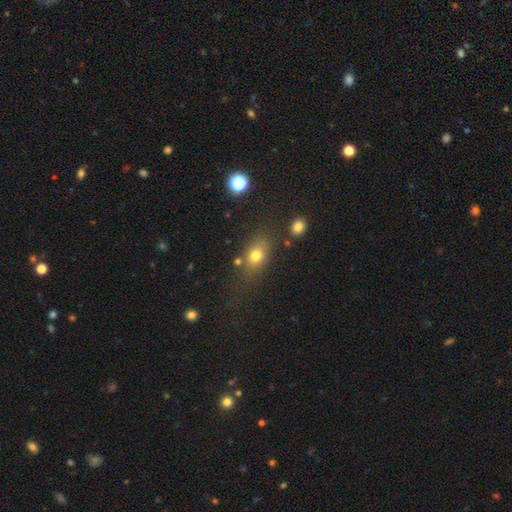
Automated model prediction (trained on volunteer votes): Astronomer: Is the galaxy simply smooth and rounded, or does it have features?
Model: smooth — 74%.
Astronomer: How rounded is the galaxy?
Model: in between — 66%.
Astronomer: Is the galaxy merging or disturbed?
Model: none — 69%.